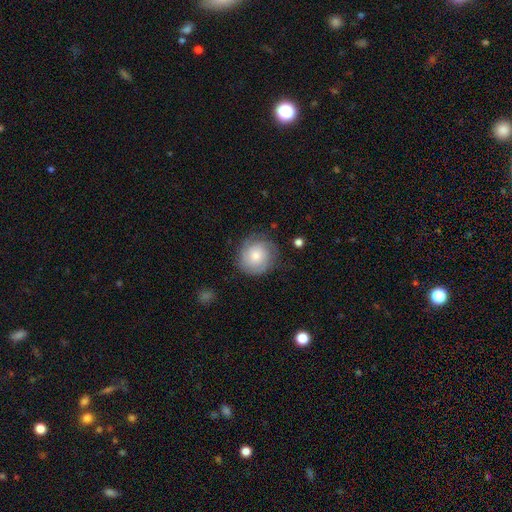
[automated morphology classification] type=featured or disk (52%); edge-on=no (98%); bar=no (80%); spiral arms=yes (88%); bulge=moderate (50%); merging=none (77%).